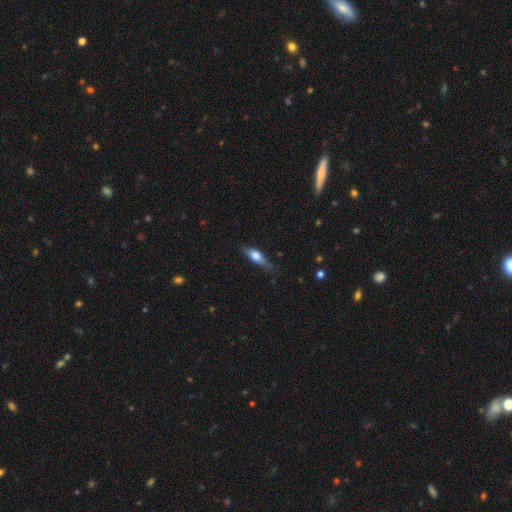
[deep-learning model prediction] Smooth or featured: smooth — 56% (featured or disk — 38%)
How rounded: cigar-shaped — 54% (in between — 43%)
Merging: none — 69% (minor disturbance — 24%)